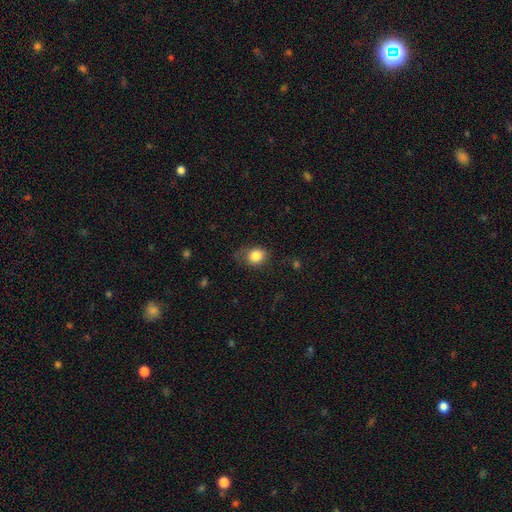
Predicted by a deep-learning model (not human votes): Smooth or featured: smooth — 85% (star or artifact — 9%)
How rounded: round — 60% (in between — 39%)
Merging: none — 66% (minor disturbance — 24%)